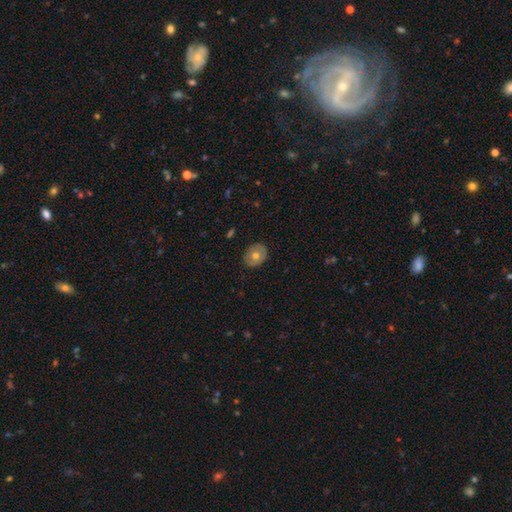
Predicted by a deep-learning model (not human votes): This is possibly a smooth galaxy (58%). How rounded: possibly round (54%). Merging: clearly none (85%).